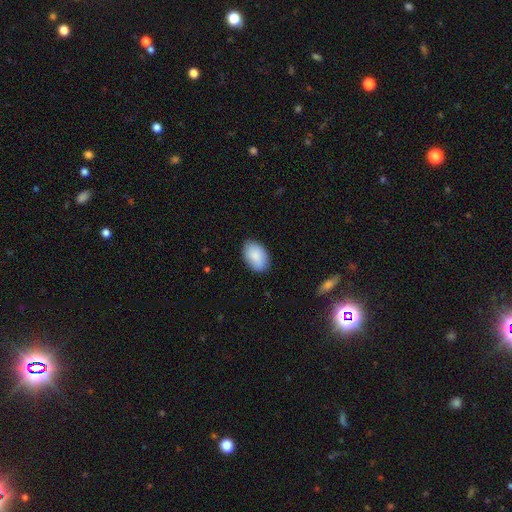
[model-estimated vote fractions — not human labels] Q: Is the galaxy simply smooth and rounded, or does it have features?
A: smooth — 87%.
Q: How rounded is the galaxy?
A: in between — 91%.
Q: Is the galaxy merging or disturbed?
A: none — 84%.